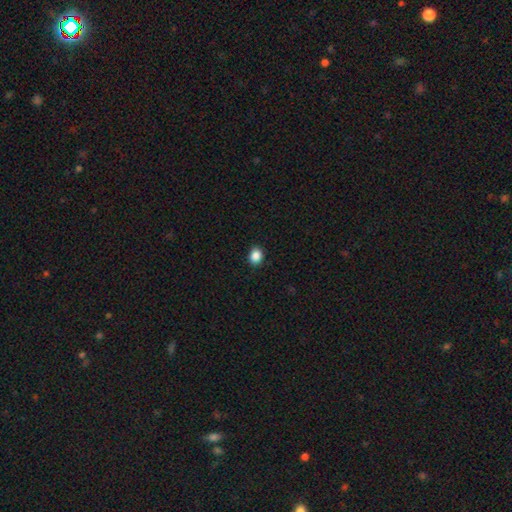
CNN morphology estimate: This appears to be a smooth galaxy with no disk features (87%) that is round (63%). Merging: none (91%).